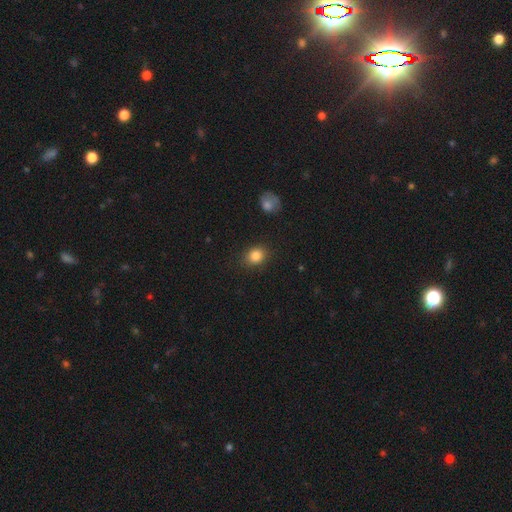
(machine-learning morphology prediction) Smooth or featured?
  - smooth: 85% *
  - star or artifact: 10%
  - featured or disk: 5%
How rounded?
  - round: 56% *
  - in between: 43%
  - cigar-shaped: 1%
Merging?
  - none: 85% *
  - minor disturbance: 10%
  - major disturbance: 3%
  - merger: 2%